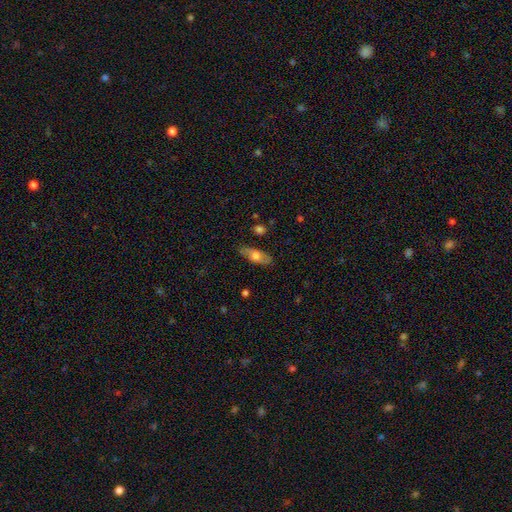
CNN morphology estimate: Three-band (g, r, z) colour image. It shows a smooth galaxy with no disk features (51%) that is in between round and cigar-shaped (71%). Merging: none (80%).